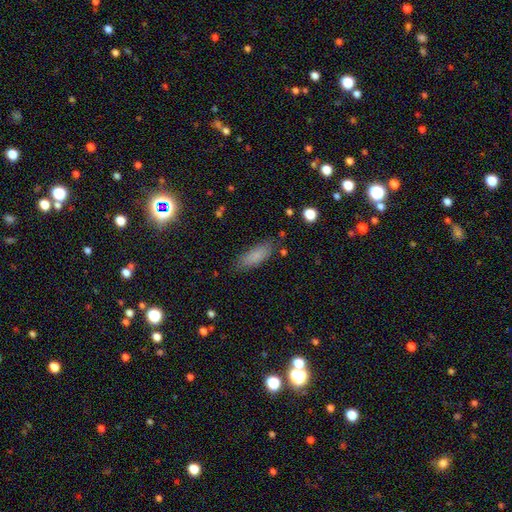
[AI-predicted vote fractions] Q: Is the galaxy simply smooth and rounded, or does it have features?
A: smooth — 81%.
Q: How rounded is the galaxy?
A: in between — 64%.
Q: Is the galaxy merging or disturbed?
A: none — 79%.